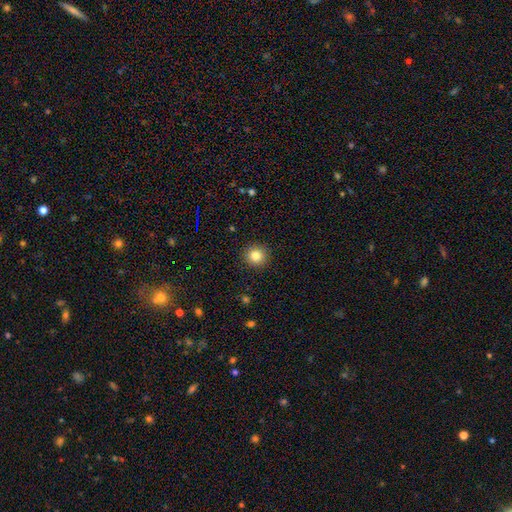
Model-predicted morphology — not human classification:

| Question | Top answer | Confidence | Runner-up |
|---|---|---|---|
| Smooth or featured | smooth | 83% | star or artifact (11%) |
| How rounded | round | 93% | in between (6%) |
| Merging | none | 92% | minor disturbance (5%) |